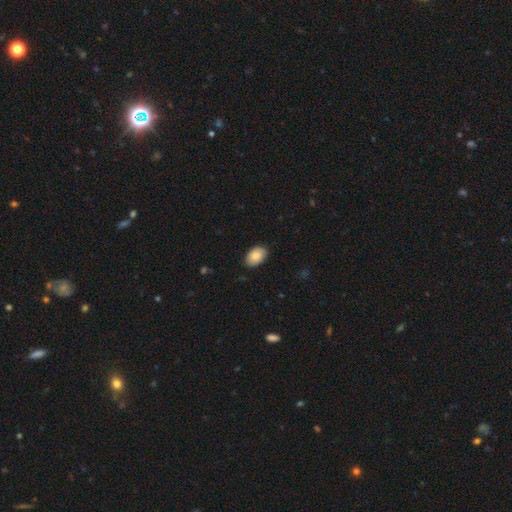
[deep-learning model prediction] Morphology: type=smooth (86%); roundness=in between (89%); merging=none (85%).